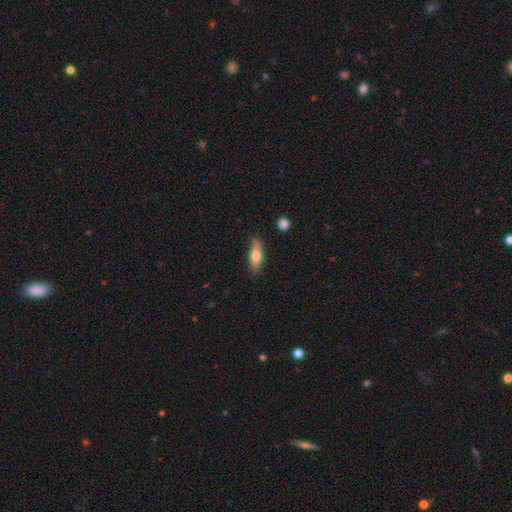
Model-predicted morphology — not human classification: This appears to be a smooth galaxy with no disk features (66%) that is in between round and cigar-shaped (50%). Merging: none (77%).